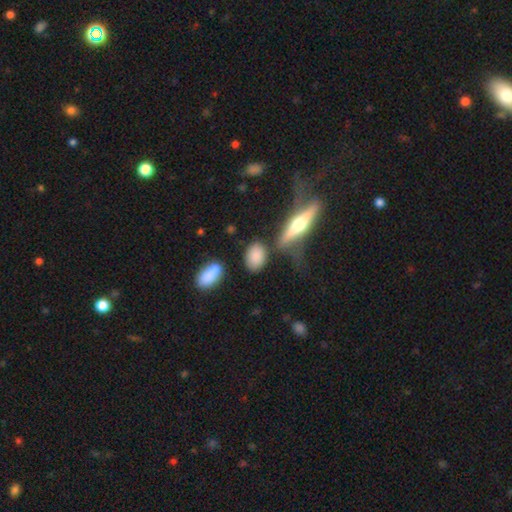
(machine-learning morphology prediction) This appears to be a smooth galaxy with no disk features (84%) that is in between round and cigar-shaped (81%). Merging: none (72%).